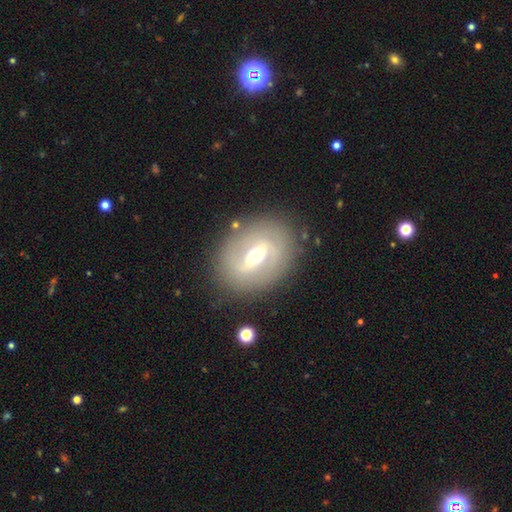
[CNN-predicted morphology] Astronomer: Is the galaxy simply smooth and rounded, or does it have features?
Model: featured or disk — 74%.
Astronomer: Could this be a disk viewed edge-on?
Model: no — 92%.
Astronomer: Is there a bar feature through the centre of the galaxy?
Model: strong — 47% (runner-up: weak, 41%).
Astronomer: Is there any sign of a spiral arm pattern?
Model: yes — 64%.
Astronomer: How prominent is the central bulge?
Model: moderate — 60%.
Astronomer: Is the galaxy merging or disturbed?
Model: none — 81%.